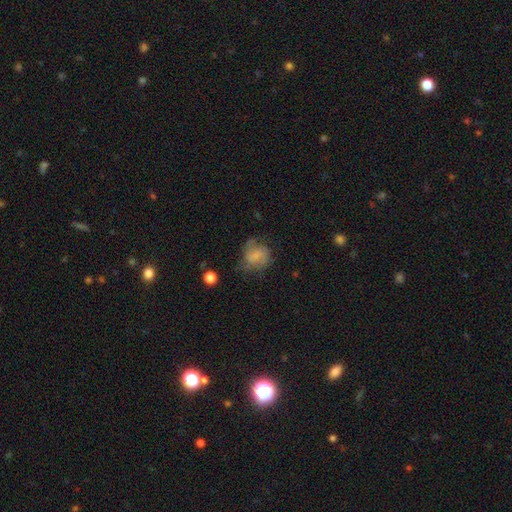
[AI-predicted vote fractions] This appears to be a smooth galaxy with no disk features (53%) that is round (71%). Merging: none (48%).